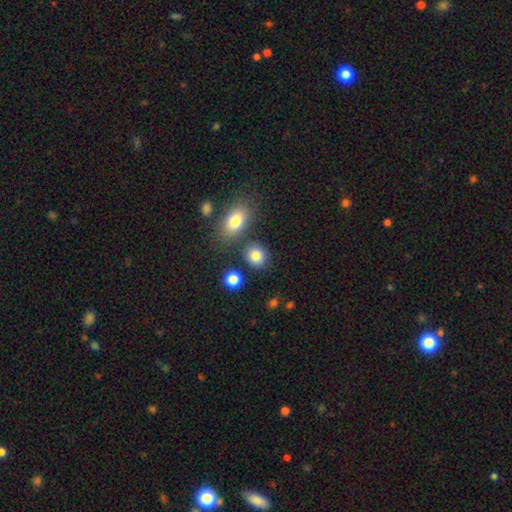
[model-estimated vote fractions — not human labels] Smooth or featured: smooth — 84% (star or artifact — 10%)
How rounded: round — 70% (in between — 29%)
Merging: none — 79% (minor disturbance — 10%)